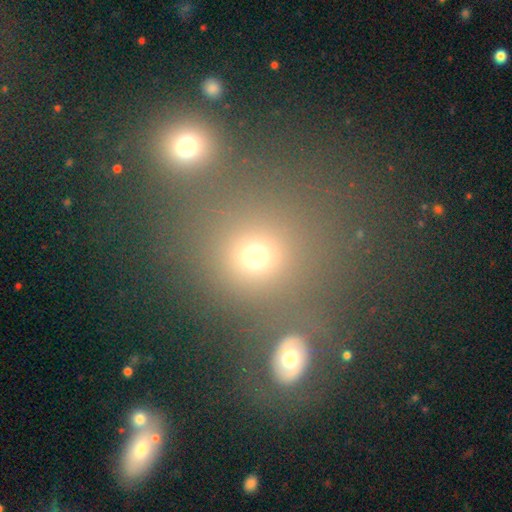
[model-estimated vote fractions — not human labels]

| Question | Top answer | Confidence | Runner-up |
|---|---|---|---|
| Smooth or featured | smooth | 69% | star or artifact (22%) |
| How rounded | round | 82% | in between (16%) |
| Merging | none | 68% | merger (16%) |